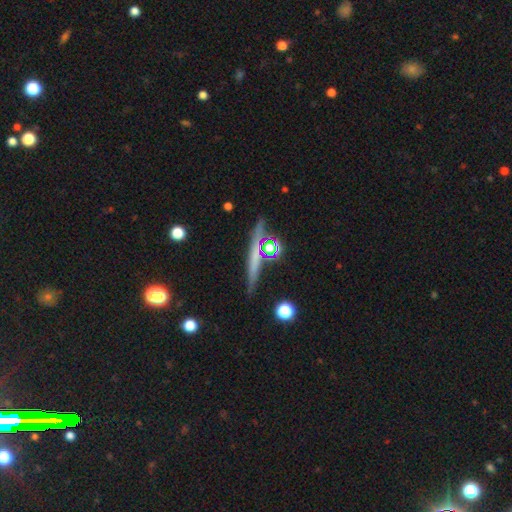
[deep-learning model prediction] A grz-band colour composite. It shows a smooth galaxy with no disk features (43%). Merging: none (84%).